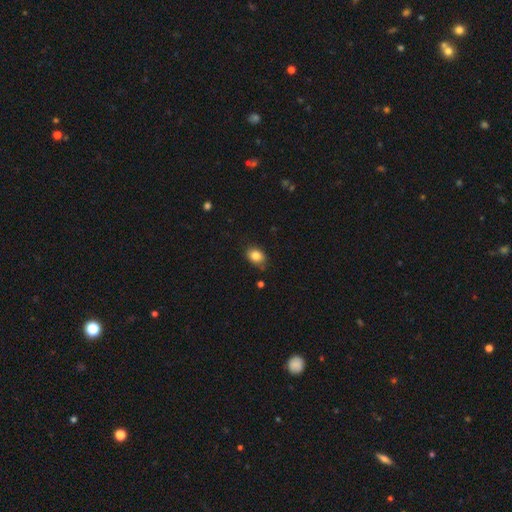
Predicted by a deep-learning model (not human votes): Smooth or featured?
  - smooth: 83% *
  - star or artifact: 9%
  - featured or disk: 7%
How rounded?
  - in between: 64% *
  - round: 35%
  - cigar-shaped: 1%
Merging?
  - none: 77% *
  - minor disturbance: 18%
  - major disturbance: 3%
  - merger: 2%